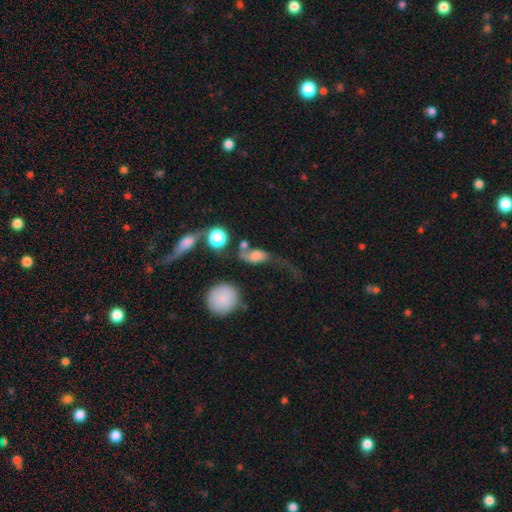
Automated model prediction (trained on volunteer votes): Morphology: type=smooth (46%); merging=major disturbance (43%).